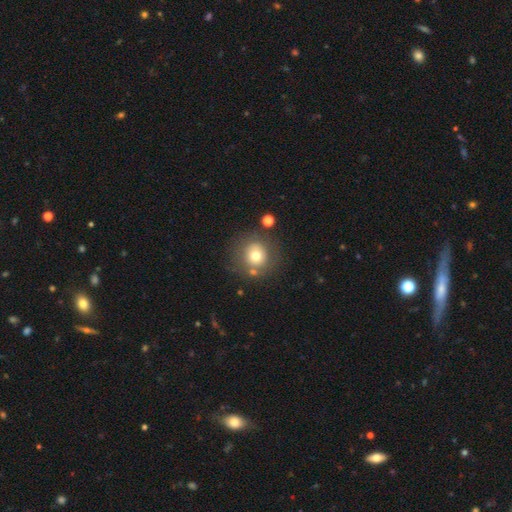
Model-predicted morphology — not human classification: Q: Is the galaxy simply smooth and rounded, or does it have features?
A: smooth — 68%.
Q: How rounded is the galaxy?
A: round — 91%.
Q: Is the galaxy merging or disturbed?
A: none — 75%.